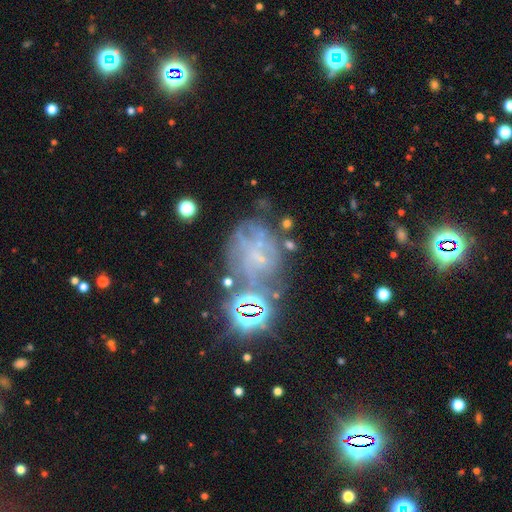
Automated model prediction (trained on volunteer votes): Q: Smooth or featured?
A: featured or disk (51%); runner-up: star or artifact (31%)
Q: Edge-on disk?
A: no (97%); runner-up: yes (3%)
Q: Merging?
A: none (47%); runner-up: major disturbance (21%)